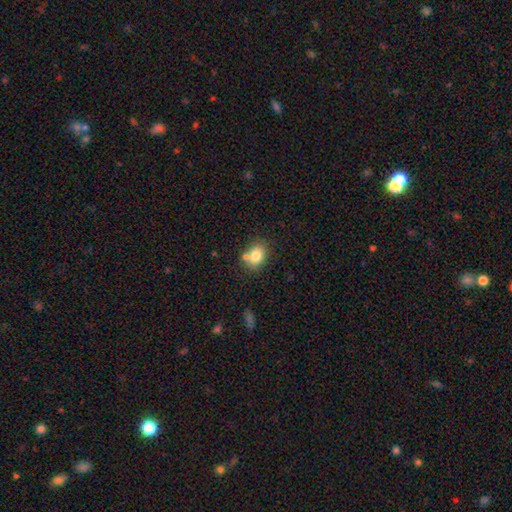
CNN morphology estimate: smooth_or_featured: smooth (p=0.80) [alt: featured or disk p=0.10]
how_rounded: in between (p=0.59) [alt: round p=0.40]
merging: none (p=0.62) [alt: merger p=0.20]